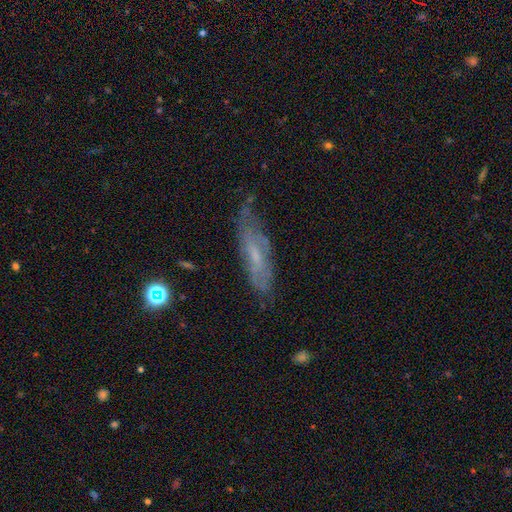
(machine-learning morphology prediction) type=featured or disk (57%); edge-on=no (68%); merging=none (63%).